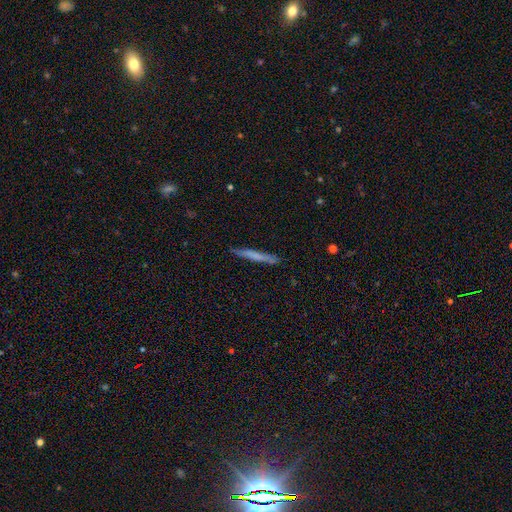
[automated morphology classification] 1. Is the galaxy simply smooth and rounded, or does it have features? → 57% smooth, 37% featured or disk, 6% star or artifact.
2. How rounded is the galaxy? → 96% cigar-shaped, 2% in between, 1% round.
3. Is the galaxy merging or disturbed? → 88% none, 9% minor disturbance, 2% major disturbance, 1% merger.